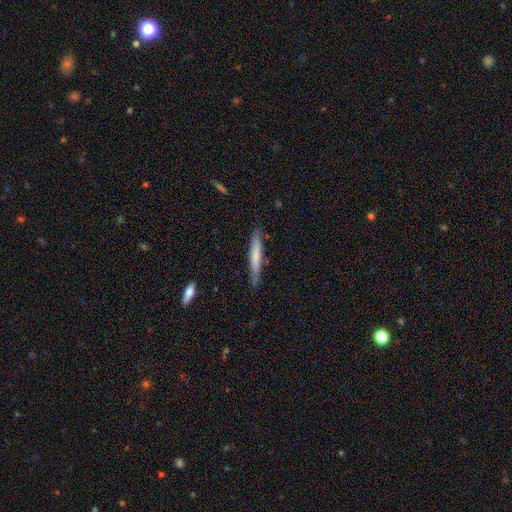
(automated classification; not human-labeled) This is likely a smooth galaxy (62%). How rounded: clearly cigar-shaped (95%). Merging: clearly none (82%).